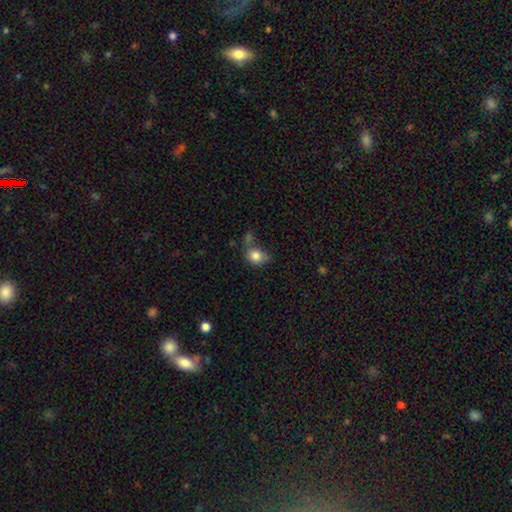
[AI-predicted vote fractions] This is clearly a smooth galaxy (82%). How rounded: possibly round (54%). Merging: marginally none (42%).